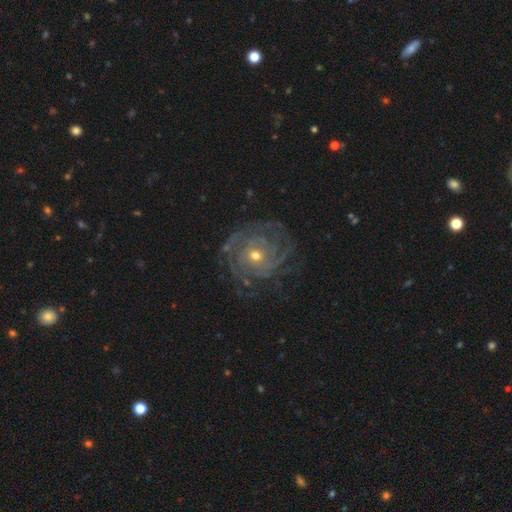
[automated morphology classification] featured or disk 84%, smooth 9%, star or artifact 7%. Down the decision tree: edge-on disk — no (97%); bar — no (78%); spiral arms — yes (92%); spiral arm count — can't tell (37%); spiral winding — tight (71%); bulge size — moderate (50%); merging — none (71%).